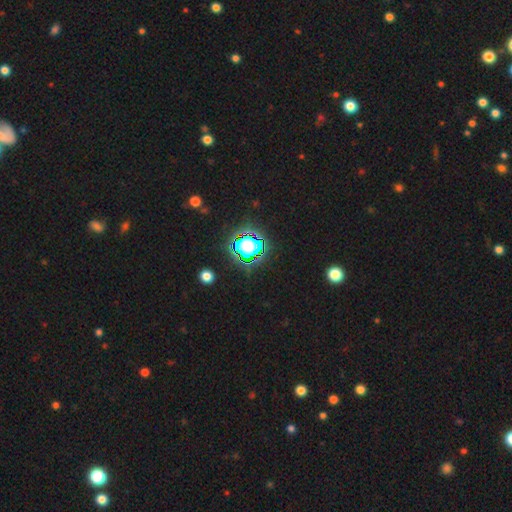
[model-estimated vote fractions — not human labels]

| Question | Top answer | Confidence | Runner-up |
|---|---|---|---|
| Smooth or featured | star or artifact | 73% | smooth (18%) |